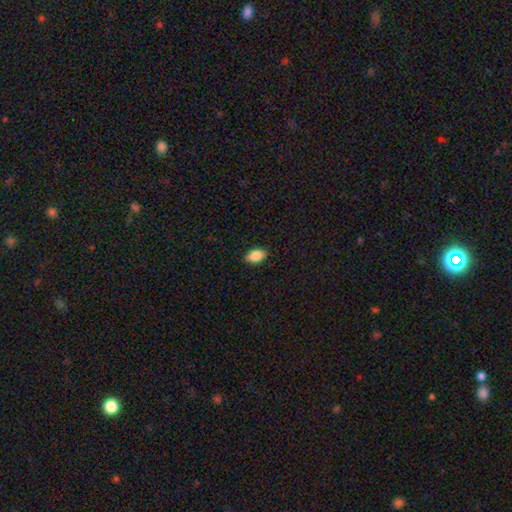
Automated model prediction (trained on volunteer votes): Smooth or featured? Predicted: smooth (p=0.88). How rounded? Predicted: in between (p=0.92). Merging? Predicted: none (p=0.89).